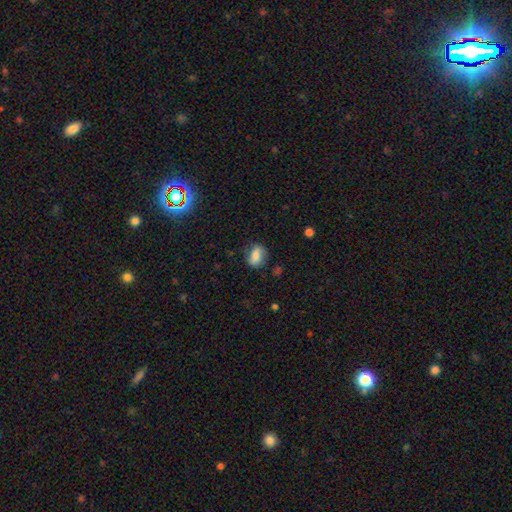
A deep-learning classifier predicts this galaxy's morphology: Smooth or featured: smooth — 73% (featured or disk — 18%)
How rounded: in between — 72% (round — 24%)
Merging: none — 73% (minor disturbance — 19%)